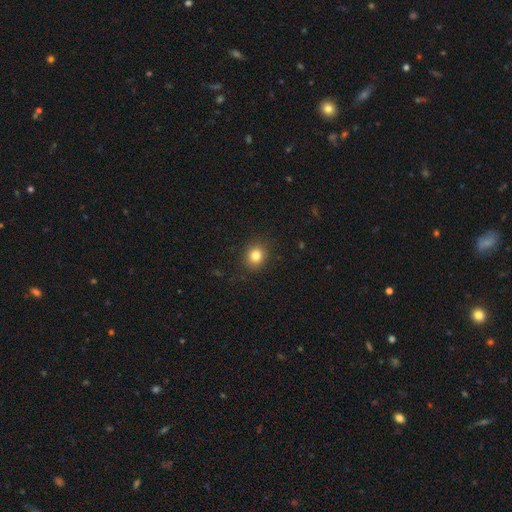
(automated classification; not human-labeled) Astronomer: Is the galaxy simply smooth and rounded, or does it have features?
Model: smooth — 82%.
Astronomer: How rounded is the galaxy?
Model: round — 77%.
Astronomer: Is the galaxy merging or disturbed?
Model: none — 89%.